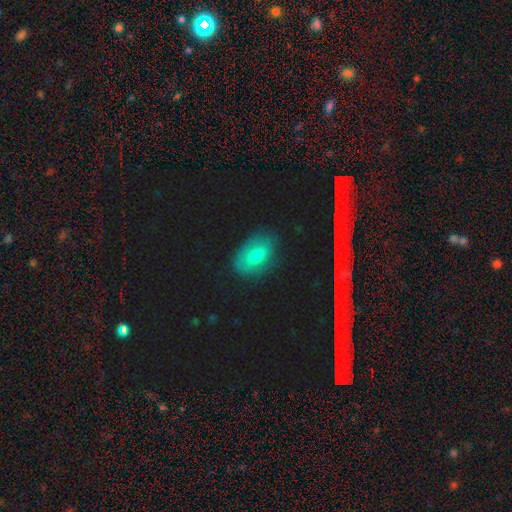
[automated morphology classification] Smooth or featured? Predicted: smooth (p=0.60). How rounded? Predicted: in between (p=0.88). Merging? Predicted: none (p=0.73).